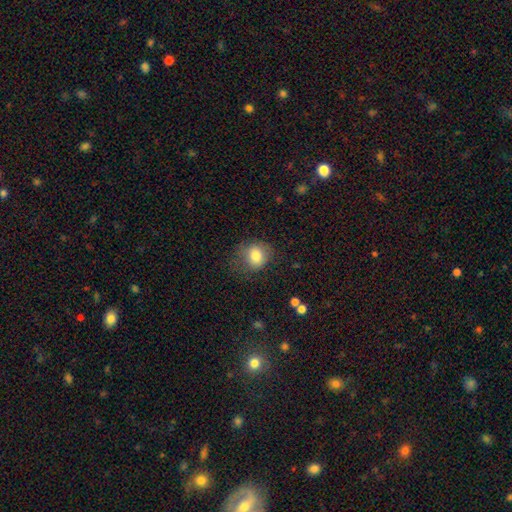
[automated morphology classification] Smooth or featured? smooth (82%)
How rounded? round (63%)
Merging? none (63%)